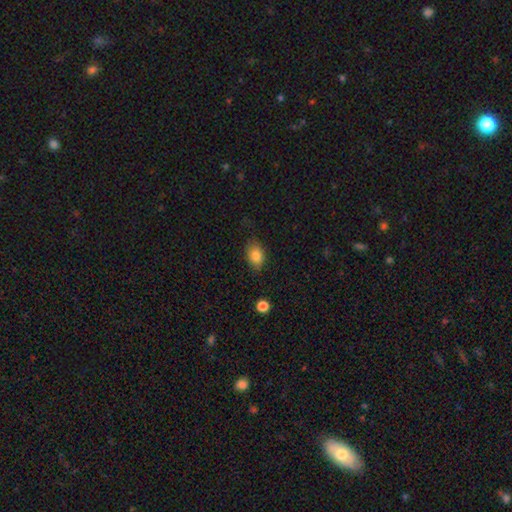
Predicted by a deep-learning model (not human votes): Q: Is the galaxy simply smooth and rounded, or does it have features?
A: smooth — 83%.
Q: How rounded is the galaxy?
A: in between — 79%.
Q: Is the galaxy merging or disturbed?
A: none — 75%.